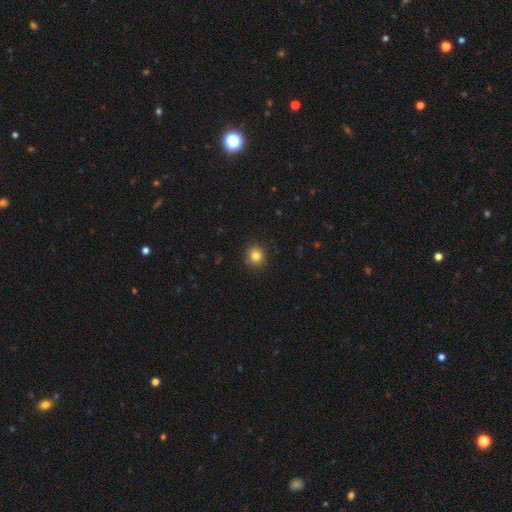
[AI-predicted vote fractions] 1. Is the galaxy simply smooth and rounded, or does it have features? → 83% smooth, 12% star or artifact, 5% featured or disk.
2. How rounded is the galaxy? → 82% round, 17% in between, 1% cigar-shaped.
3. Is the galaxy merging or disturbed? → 90% none, 7% minor disturbance, 2% major disturbance, 1% merger.